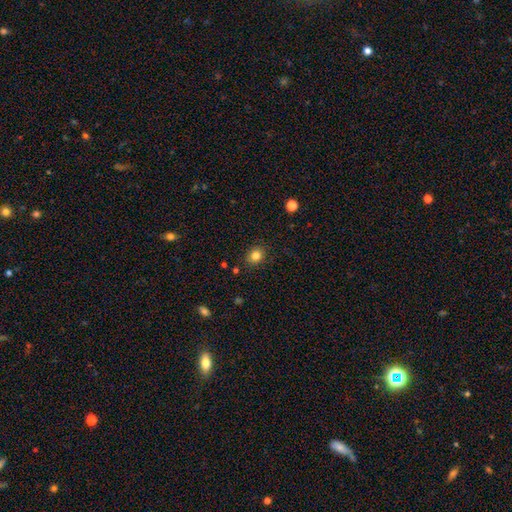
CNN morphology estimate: A smooth galaxy with no disk features (82%) that is round (67%). Merging: none (87%).